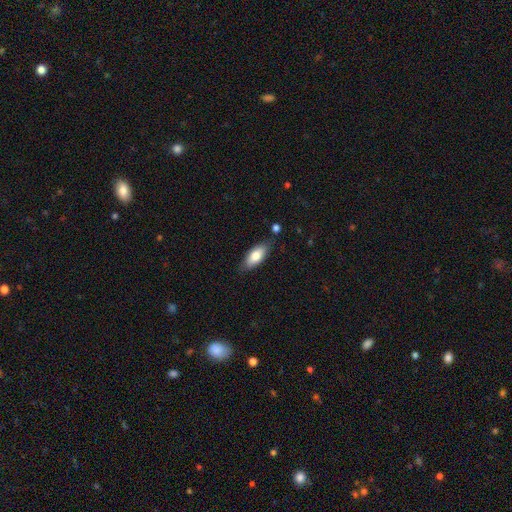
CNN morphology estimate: Smooth or featured? smooth (77%)
How rounded? in between (81%)
Merging? none (80%)